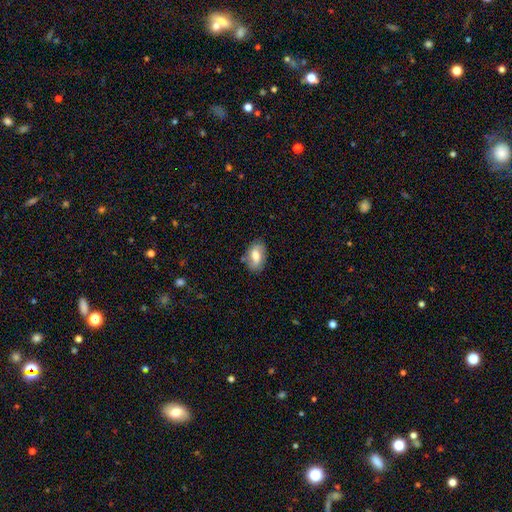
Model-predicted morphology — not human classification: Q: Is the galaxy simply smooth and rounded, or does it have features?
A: smooth — 68%.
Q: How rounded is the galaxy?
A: in between — 89%.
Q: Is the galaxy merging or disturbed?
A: none — 78%.